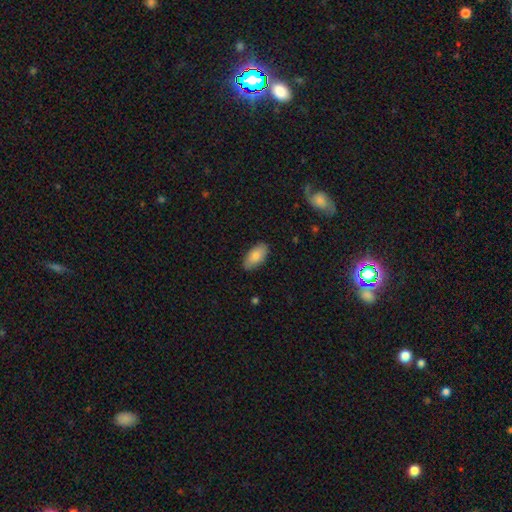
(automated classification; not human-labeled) Smooth or featured? smooth (83%)
How rounded? in between (93%)
Merging? none (86%)